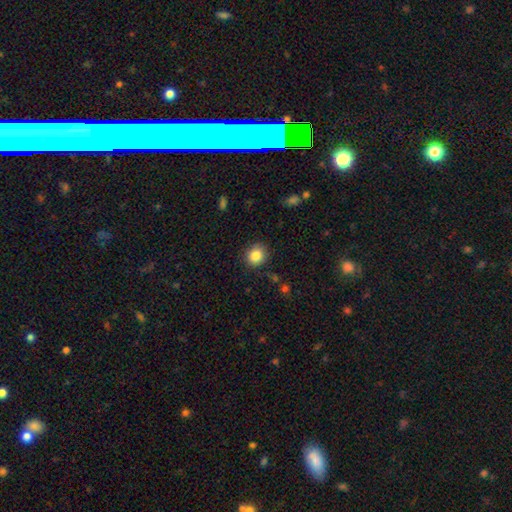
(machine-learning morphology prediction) This appears to be a smooth galaxy with no disk features (85%) that is round (81%). Merging: none (85%).